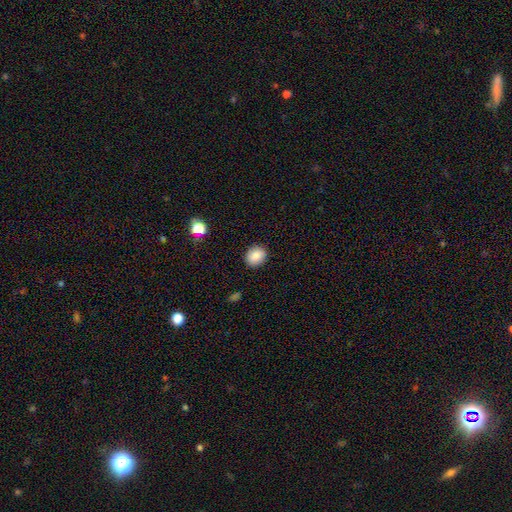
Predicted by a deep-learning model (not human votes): smooth 86%, star or artifact 9%, featured or disk 5%. Down the decision tree: how rounded — round (67%); merging — none (90%).